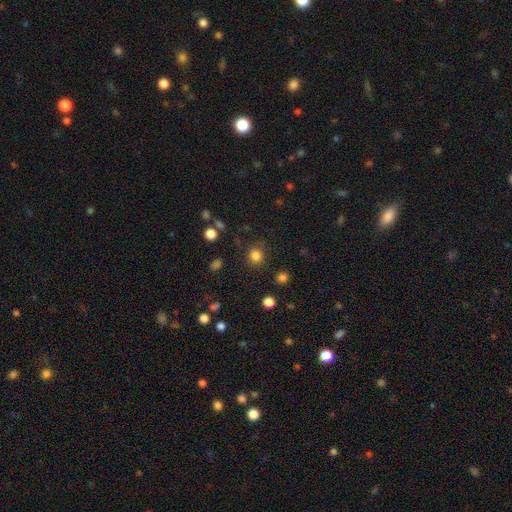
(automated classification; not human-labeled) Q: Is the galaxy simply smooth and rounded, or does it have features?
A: smooth — 82%.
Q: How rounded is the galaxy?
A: round — 85%.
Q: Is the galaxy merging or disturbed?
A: none — 83%.